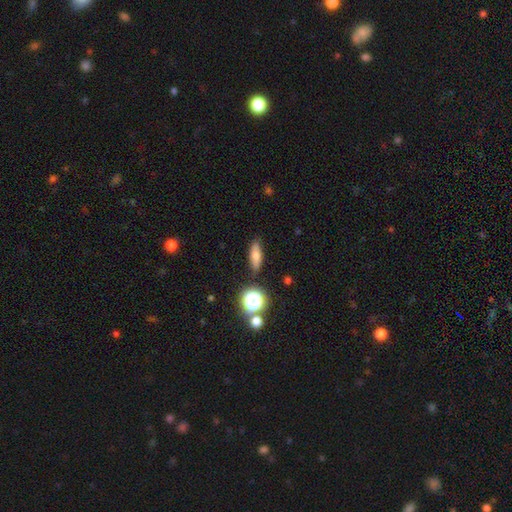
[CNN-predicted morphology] This is likely a smooth galaxy (66%). How rounded: possibly in between (47%). Merging: clearly none (83%).